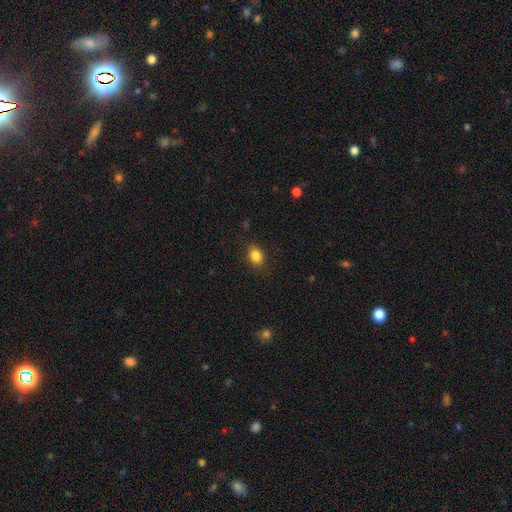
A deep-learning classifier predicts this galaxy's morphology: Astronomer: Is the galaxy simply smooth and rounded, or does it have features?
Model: smooth — 85%.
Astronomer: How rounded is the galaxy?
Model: in between — 67%.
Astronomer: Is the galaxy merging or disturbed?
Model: none — 84%.